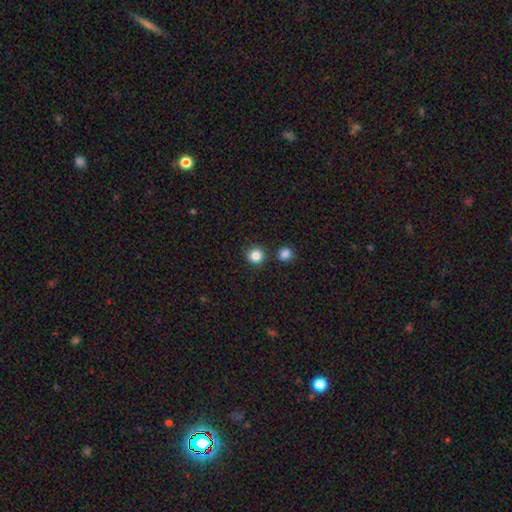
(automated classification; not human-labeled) Smooth or featured? Predicted: smooth (p=0.85). How rounded? Predicted: round (p=0.92). Merging? Predicted: none (p=0.86).